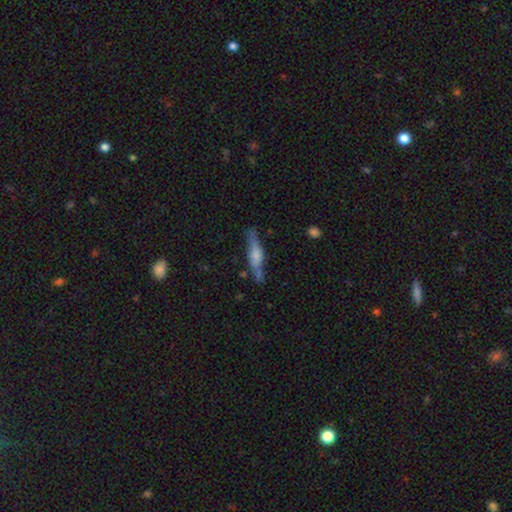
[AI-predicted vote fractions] Q: Smooth or featured?
A: smooth (48%); runner-up: featured or disk (45%)
Q: Merging?
A: none (69%); runner-up: minor disturbance (21%)